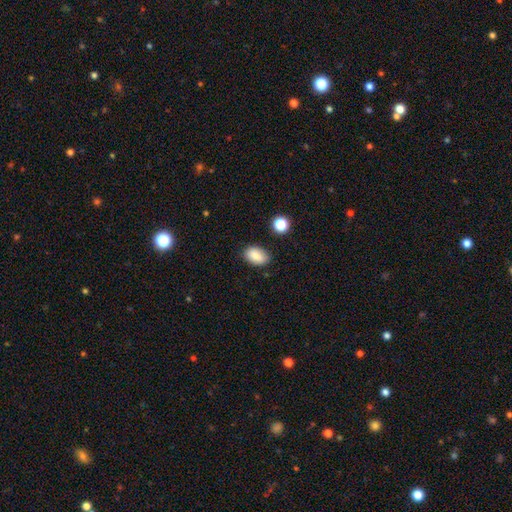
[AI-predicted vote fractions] Morphology: type=smooth (86%); roundness=in between (88%); merging=none (79%).